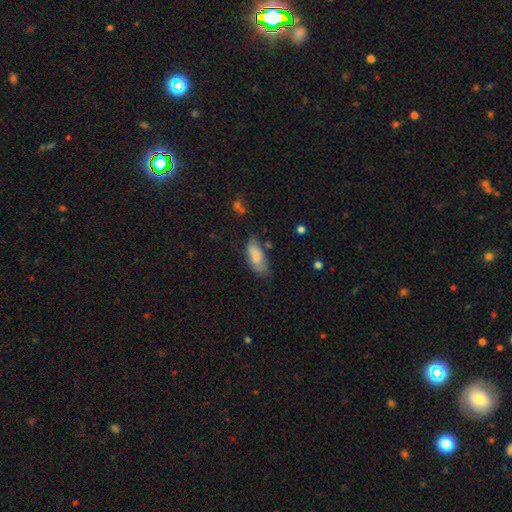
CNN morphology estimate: type=smooth (80%); roundness=in between (84%); merging=none (59%).